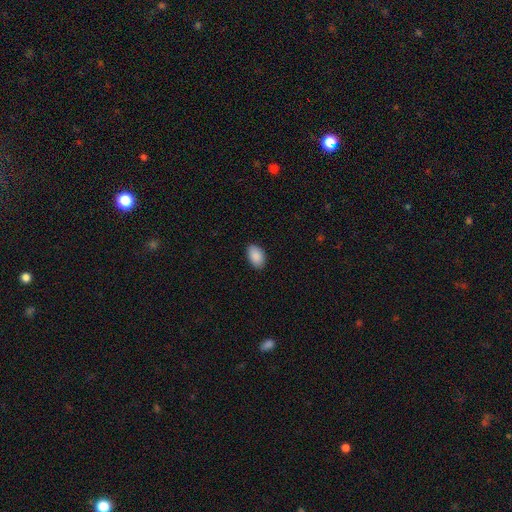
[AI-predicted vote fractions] Morphology: type=smooth (90%); roundness=in between (92%); merging=none (88%).